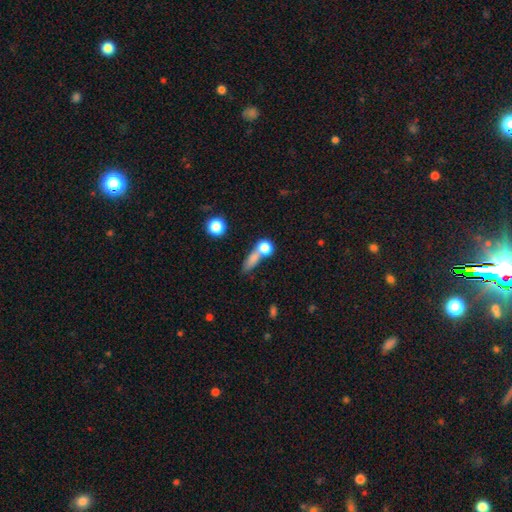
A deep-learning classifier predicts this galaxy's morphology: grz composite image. It shows a smooth galaxy with no disk features (73%) that is round (45%). Merging: merger (41%).